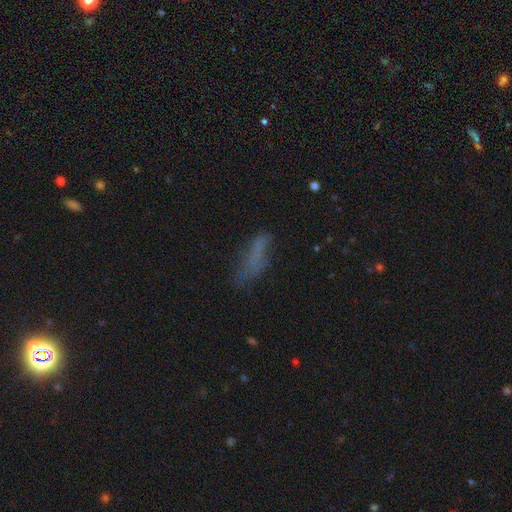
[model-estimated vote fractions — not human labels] Q: Smooth or featured?
A: smooth (60%); runner-up: featured or disk (23%)
Q: How rounded?
A: cigar-shaped (56%); runner-up: in between (42%)
Q: Merging?
A: none (49%); runner-up: minor disturbance (26%)